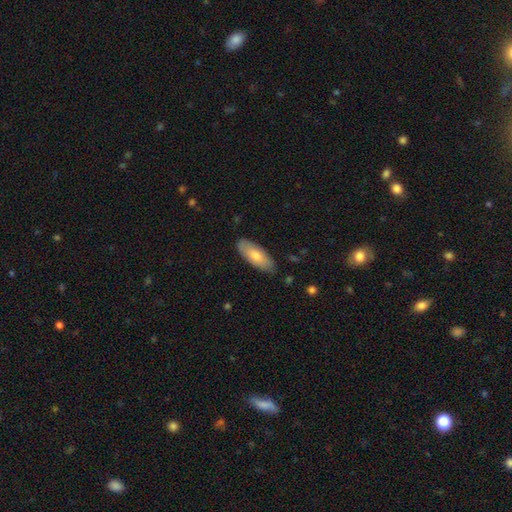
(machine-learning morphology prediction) smooth_or_featured: smooth (p=0.75) [alt: featured or disk p=0.20]
how_rounded: in between (p=0.80) [alt: cigar-shaped p=0.18]
merging: none (p=0.82) [alt: minor disturbance p=0.14]